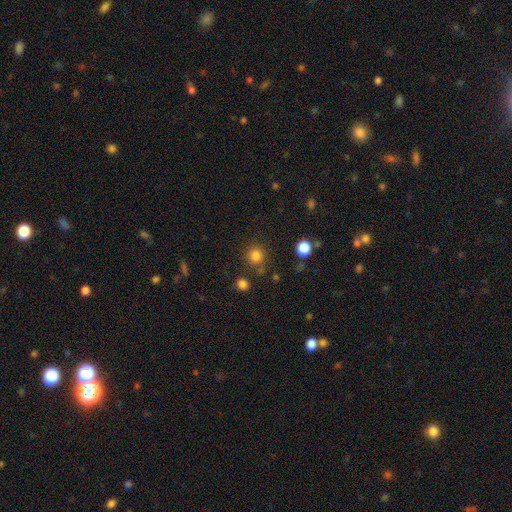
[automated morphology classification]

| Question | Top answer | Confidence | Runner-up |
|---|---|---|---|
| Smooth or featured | smooth | 82% | star or artifact (14%) |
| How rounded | round | 92% | in between (8%) |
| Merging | none | 82% | minor disturbance (9%) |